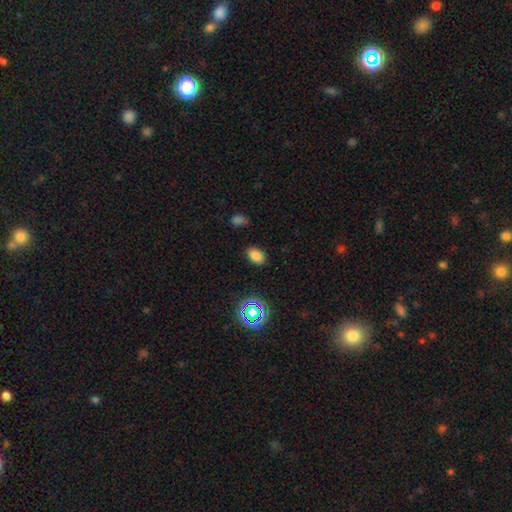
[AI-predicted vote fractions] Smooth or featured? smooth (79%)
How rounded? in between (84%)
Merging? none (86%)